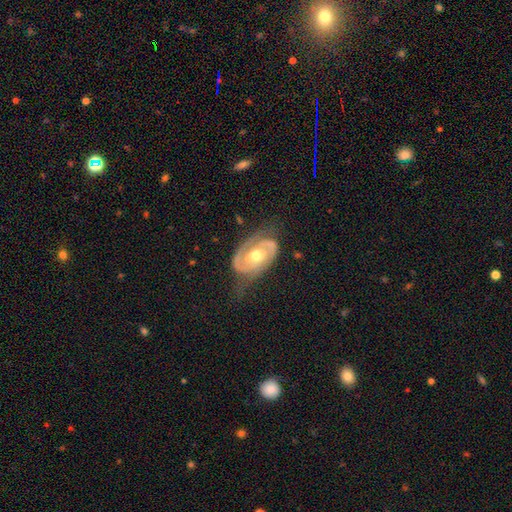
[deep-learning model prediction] featured or disk 88%, smooth 8%, star or artifact 5%. Down the decision tree: edge-on disk — no (96%); bar — no (48%); spiral arms — yes (95%); spiral arm count — 2 (85%); spiral winding — tight (51%); bulge size — moderate (74%); merging — none (65%).